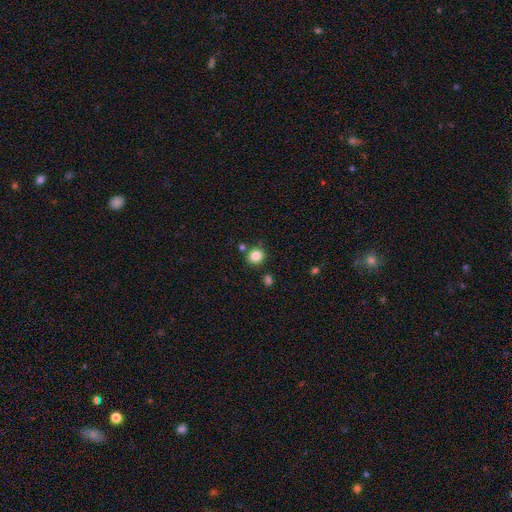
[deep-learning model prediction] Smooth or featured?
  - smooth: 85% *
  - star or artifact: 11%
  - featured or disk: 5%
How rounded?
  - round: 82% *
  - in between: 17%
  - cigar-shaped: 1%
Merging?
  - none: 80% *
  - minor disturbance: 10%
  - merger: 8%
  - major disturbance: 3%